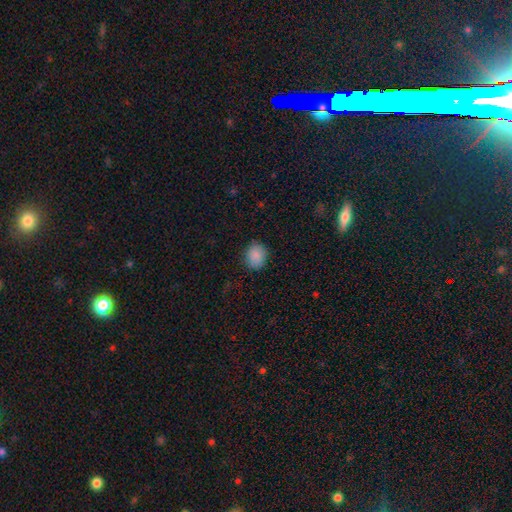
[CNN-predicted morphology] This is clearly a smooth galaxy (88%). How rounded: likely round (66%). Merging: clearly none (86%).